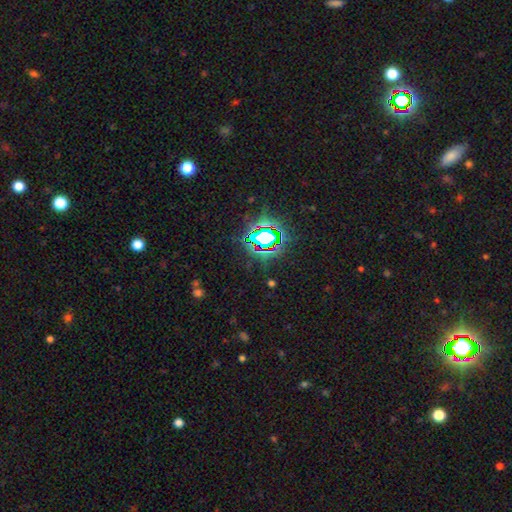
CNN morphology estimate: type=star or artifact (81%).